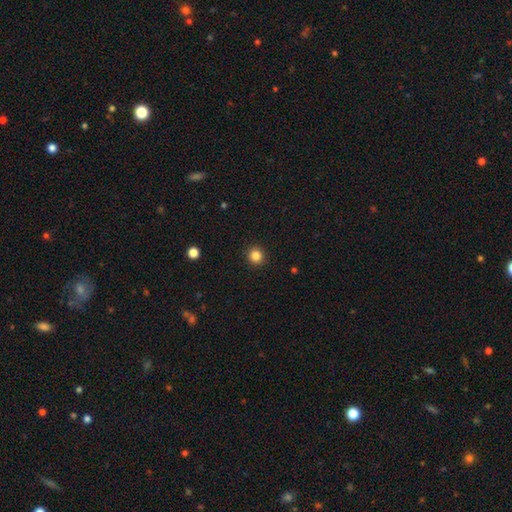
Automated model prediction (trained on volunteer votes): This is clearly a smooth galaxy (85%). How rounded: clearly round (93%). Merging: clearly none (92%).